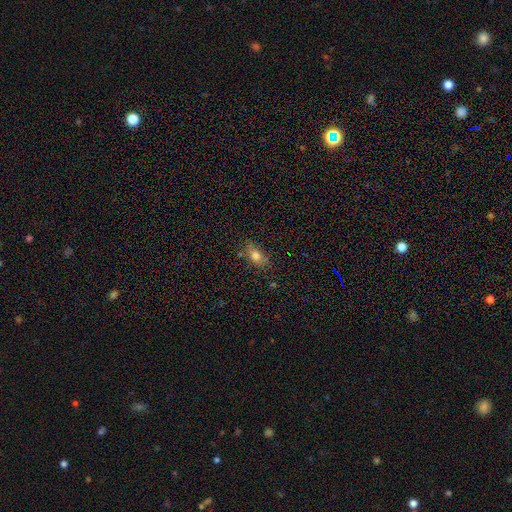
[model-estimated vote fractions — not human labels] Smooth or featured? smooth (76%)
How rounded? in between (75%)
Merging? none (67%)